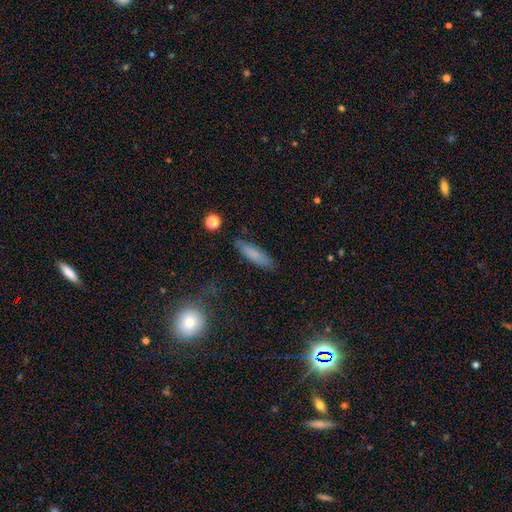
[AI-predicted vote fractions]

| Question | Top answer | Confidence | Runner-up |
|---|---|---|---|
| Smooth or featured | smooth | 78% | featured or disk (15%) |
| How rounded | cigar-shaped | 64% | in between (34%) |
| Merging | none | 82% | minor disturbance (13%) |